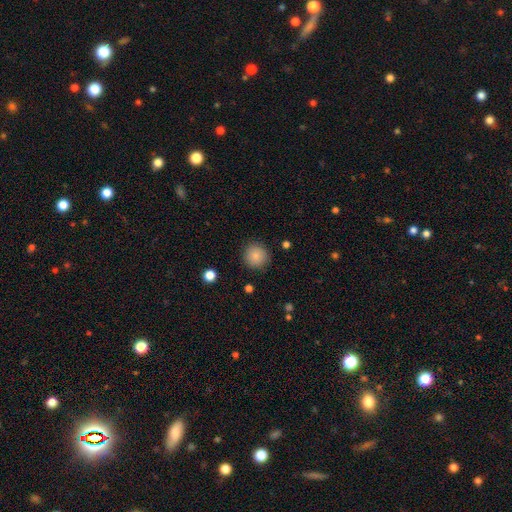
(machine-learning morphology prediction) Q: Smooth or featured?
A: smooth (86%); runner-up: star or artifact (9%)
Q: How rounded?
A: round (93%); runner-up: in between (6%)
Q: Merging?
A: none (89%); runner-up: minor disturbance (7%)